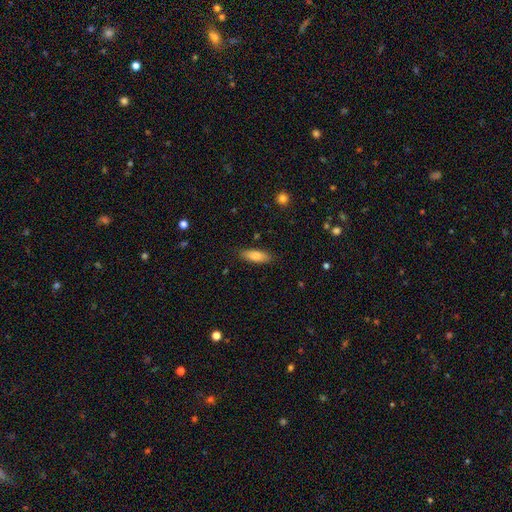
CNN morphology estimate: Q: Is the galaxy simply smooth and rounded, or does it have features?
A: smooth — 85%.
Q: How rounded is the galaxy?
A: in between — 61%.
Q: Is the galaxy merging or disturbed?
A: none — 85%.